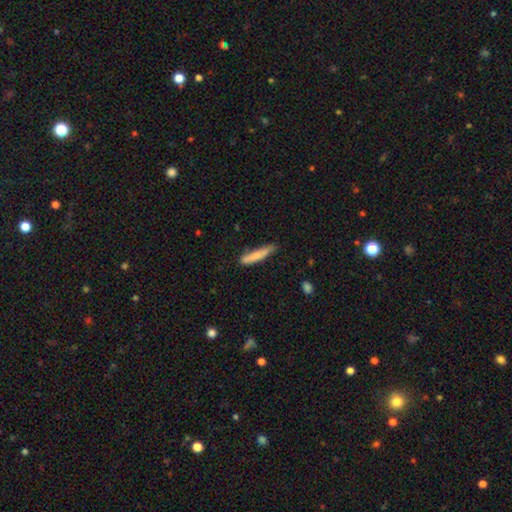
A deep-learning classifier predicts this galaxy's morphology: The model was most divided on "merging": none: 72%, minor disturbance: 21%, major disturbance: 4%, merger: 3%. More confident: how rounded — cigar-shaped (91%); smooth or featured — smooth (75%).